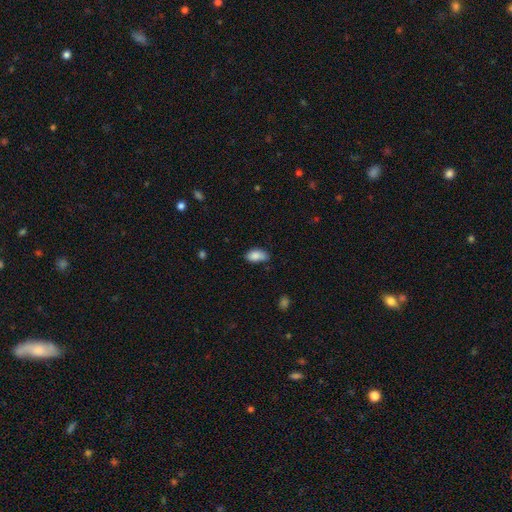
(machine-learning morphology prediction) Smooth or featured?
  - smooth: 87% *
  - star or artifact: 8%
  - featured or disk: 6%
How rounded?
  - in between: 93% *
  - round: 4%
  - cigar-shaped: 3%
Merging?
  - none: 60% *
  - minor disturbance: 32%
  - major disturbance: 5%
  - merger: 2%